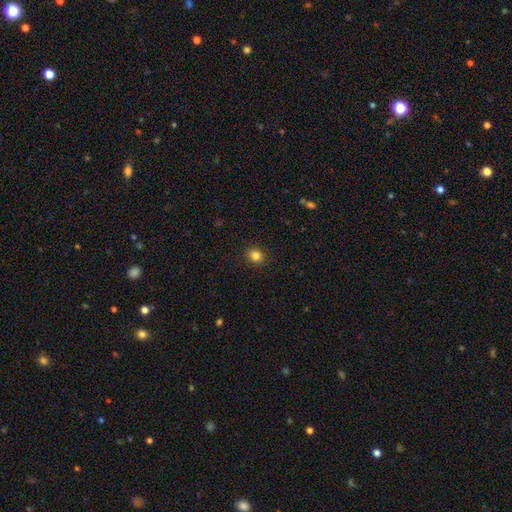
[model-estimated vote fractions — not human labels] Morphology: type=smooth (83%); roundness=round (75%); merging=none (91%).